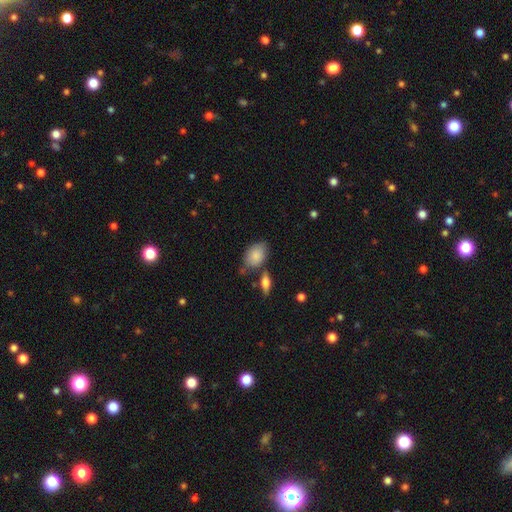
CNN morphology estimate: smooth 84%, featured or disk 10%, star or artifact 6%. Down the decision tree: how rounded — in between (83%); merging — none (59%).